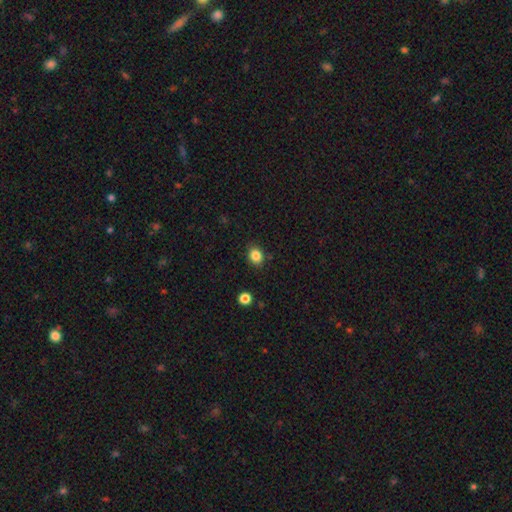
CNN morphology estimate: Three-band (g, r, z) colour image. It shows a smooth galaxy with no disk features (84%) that is round (61%). Merging: none (87%).